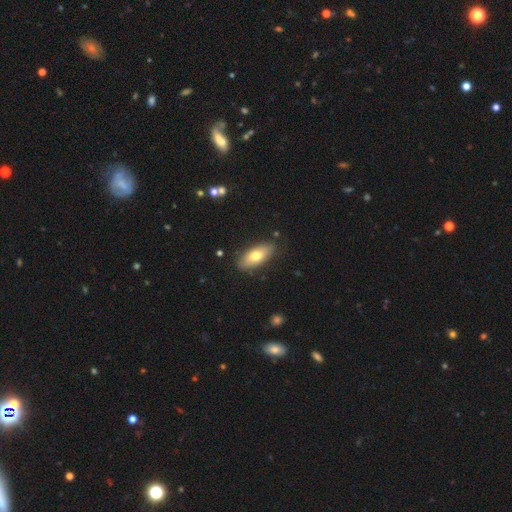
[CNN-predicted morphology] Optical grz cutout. It shows a smooth galaxy with no disk features (70%) that is in between round and cigar-shaped (84%). Merging: none (84%).